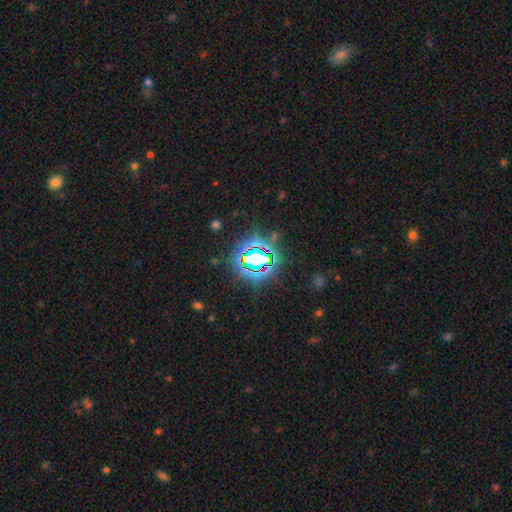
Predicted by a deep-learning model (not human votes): Overall: star or artifact (75%).